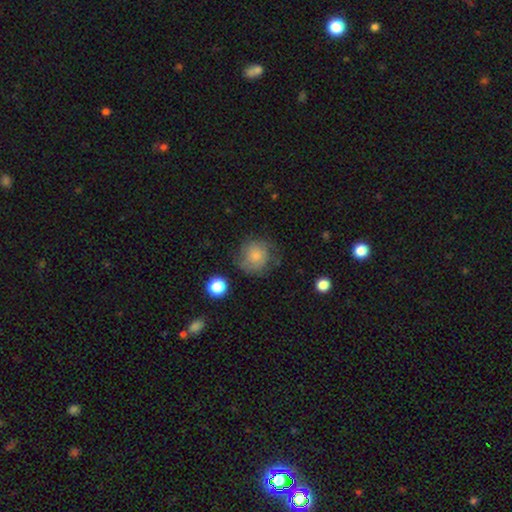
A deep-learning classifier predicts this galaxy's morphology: smooth_or_featured: smooth (p=0.68) [alt: featured or disk p=0.23]
how_rounded: round (p=0.89) [alt: in between p=0.10]
merging: none (p=0.62) [alt: minor disturbance p=0.23]